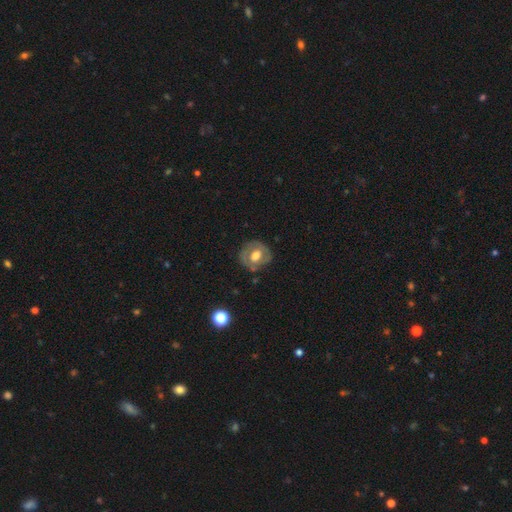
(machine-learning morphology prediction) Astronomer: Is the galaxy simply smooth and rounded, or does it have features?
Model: featured or disk — 56% (runner-up: smooth, 38%).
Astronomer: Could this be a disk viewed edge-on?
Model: no — 96%.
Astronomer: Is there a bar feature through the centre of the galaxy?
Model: no — 56% (runner-up: weak, 34%).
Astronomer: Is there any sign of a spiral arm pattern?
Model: no — 62% (runner-up: yes, 38%).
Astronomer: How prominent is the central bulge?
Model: moderate — 62%.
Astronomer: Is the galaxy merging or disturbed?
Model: none — 73%.